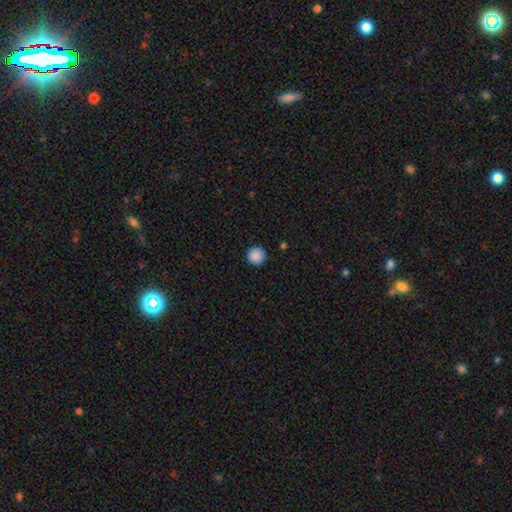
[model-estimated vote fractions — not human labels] smooth-or-featured: smooth: 89% | star or artifact: 9% | featured or disk: 2%
  how-rounded: round: 95% | in between: 4% | cigar-shaped: 1%
  merging: none: 92% | minor disturbance: 5% | major disturbance: 2% | merger: 1%